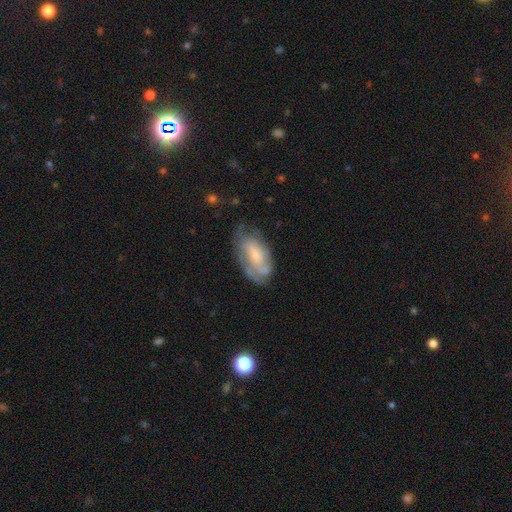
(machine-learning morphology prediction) A featured or disk galaxy (57%) with no bar (67%), spiral arms (72%) and a small central bulge (55%).

Vote fractions:
- Smooth or featured? featured or disk: 57% / smooth: 36% / star or artifact: 7%
- Edge-on disk? no: 93% / yes: 7%
- Bar? no: 67% / weak: 27% / strong: 6%
- Spiral arms? yes: 72% / no: 28%
- Bulge size? small: 55% / moderate: 31% / none: 8% / large: 4% / dominant: 1%
- Merging? none: 59% / minor disturbance: 26% / major disturbance: 12% / merger: 3%